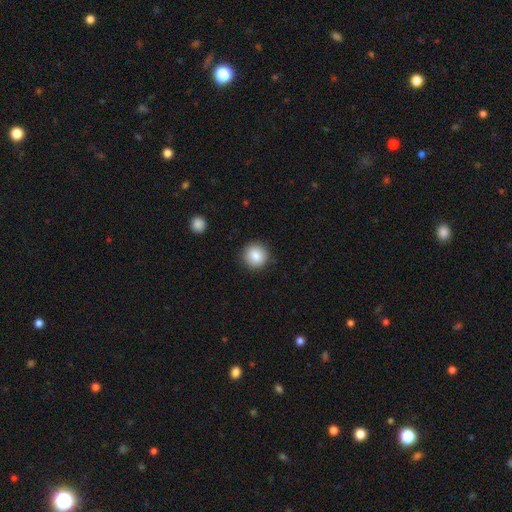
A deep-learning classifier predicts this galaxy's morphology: The model was most divided on "smooth or featured": smooth: 87%, star or artifact: 8%, featured or disk: 5%. More confident: how rounded — round (93%); merging — none (91%).